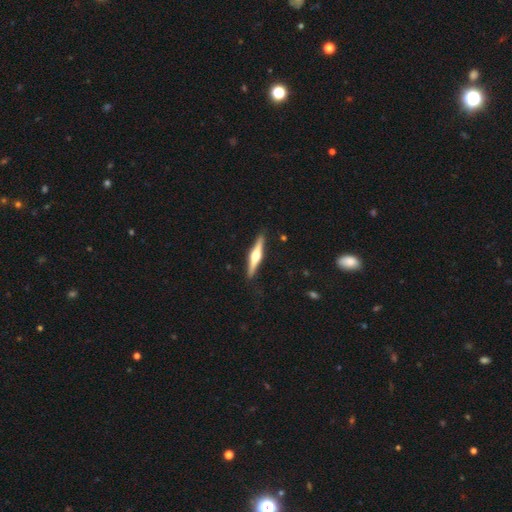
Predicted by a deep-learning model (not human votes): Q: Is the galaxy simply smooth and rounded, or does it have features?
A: featured or disk — 73%.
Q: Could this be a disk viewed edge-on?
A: yes — 98%.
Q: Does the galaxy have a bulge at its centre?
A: rounded — 94%.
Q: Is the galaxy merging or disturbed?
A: none — 90%.